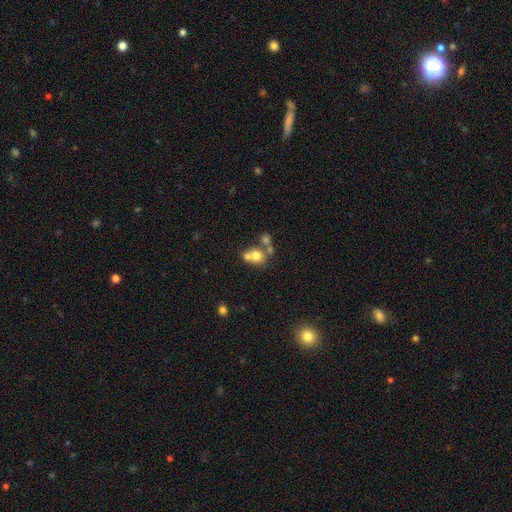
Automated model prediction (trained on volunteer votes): Smooth or featured?
  - smooth: 67% *
  - featured or disk: 20%
  - star or artifact: 13%
How rounded?
  - round: 70% *
  - in between: 29%
  - cigar-shaped: 1%
Merging?
  - merger: 49% *
  - none: 37%
  - minor disturbance: 9%
  - major disturbance: 5%